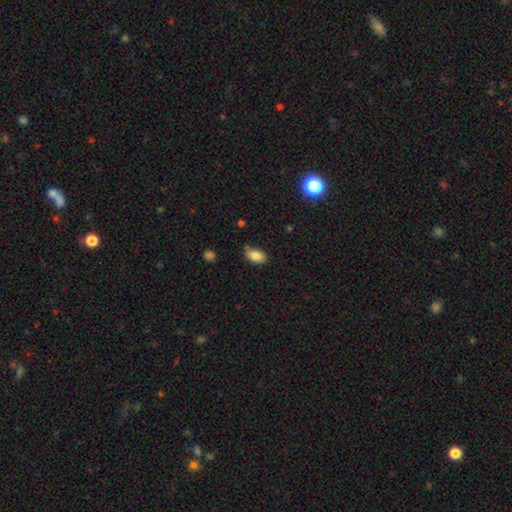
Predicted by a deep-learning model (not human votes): Smooth or featured? Predicted: smooth (p=0.85). How rounded? Predicted: in between (p=0.92). Merging? Predicted: none (p=0.73).